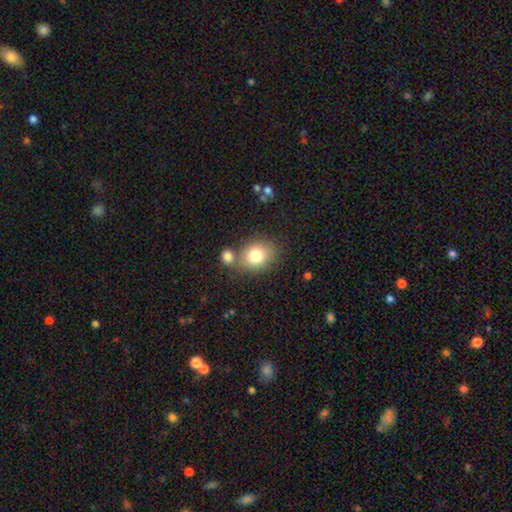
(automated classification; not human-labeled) Smooth or featured: smooth — 79% (featured or disk — 12%)
How rounded: round — 50% (in between — 49%)
Merging: none — 61% (merger — 22%)